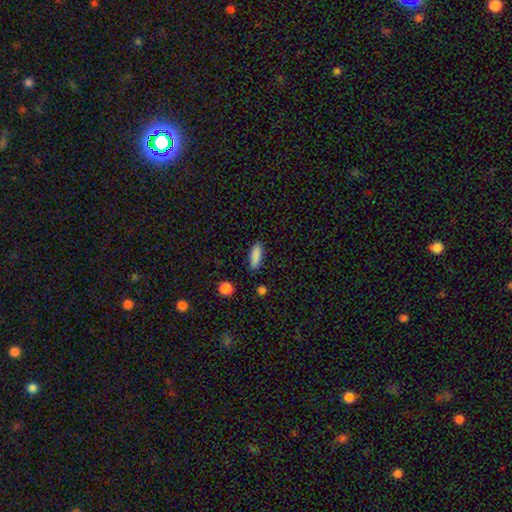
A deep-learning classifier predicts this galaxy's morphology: Q: Smooth or featured?
A: smooth (87%); runner-up: star or artifact (8%)
Q: How rounded?
A: cigar-shaped (50%); runner-up: in between (48%)
Q: Merging?
A: none (86%); runner-up: minor disturbance (10%)